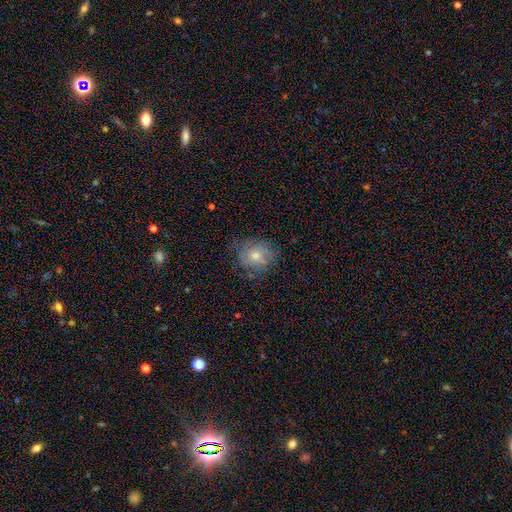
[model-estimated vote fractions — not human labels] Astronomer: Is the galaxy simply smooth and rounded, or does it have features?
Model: smooth — 49% (runner-up: featured or disk, 37%).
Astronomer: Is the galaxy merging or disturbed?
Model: none — 68%.